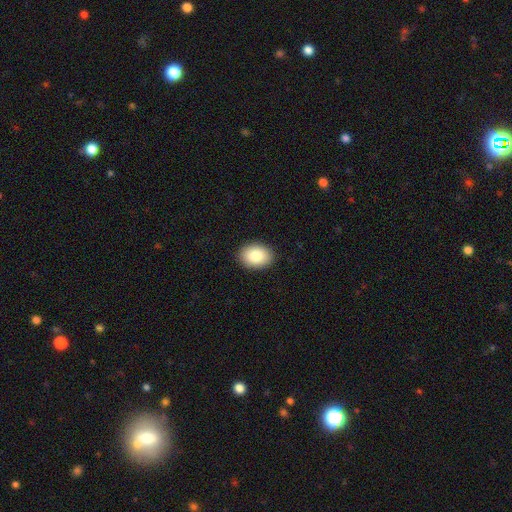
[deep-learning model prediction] Smooth or featured?
  - smooth: 86% *
  - star or artifact: 7%
  - featured or disk: 7%
How rounded?
  - in between: 78% *
  - round: 21%
  - cigar-shaped: 1%
Merging?
  - none: 90% *
  - minor disturbance: 7%
  - major disturbance: 2%
  - merger: 1%